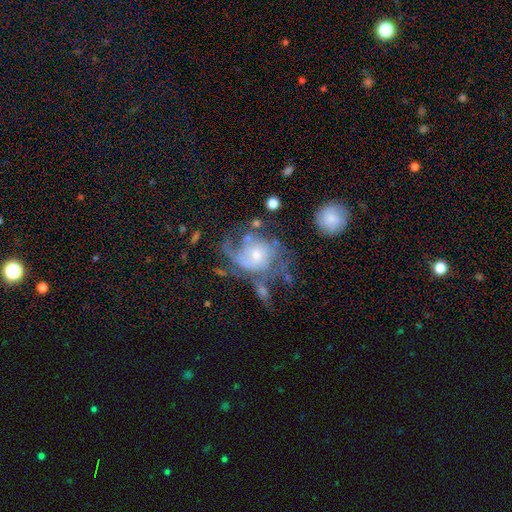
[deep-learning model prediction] Smooth or featured: featured or disk — 75% (smooth — 17%)
Edge-on disk: no — 98% (yes — 2%)
Bar: no — 71% (weak — 25%)
Spiral arms: yes — 84% (no — 16%)
Spiral winding: medium — 39% (tight — 33%)
Spiral arm count: can't tell — 33% (2 — 26%)
Bulge size: small — 48% (moderate — 41%)
Merging: major disturbance — 35% (none — 32%)